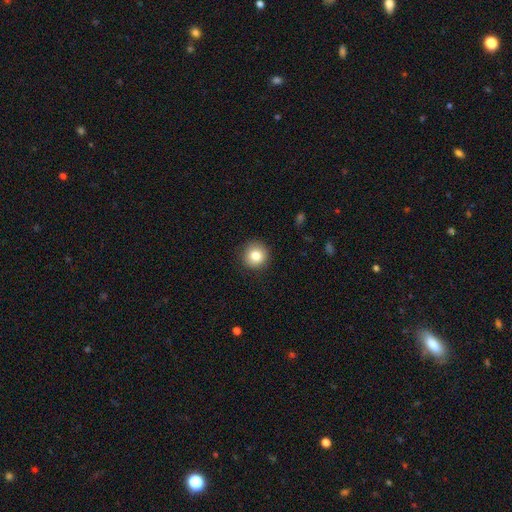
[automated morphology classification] Smooth or featured? Predicted: smooth (p=0.83). How rounded? Predicted: round (p=0.93). Merging? Predicted: none (p=0.90).